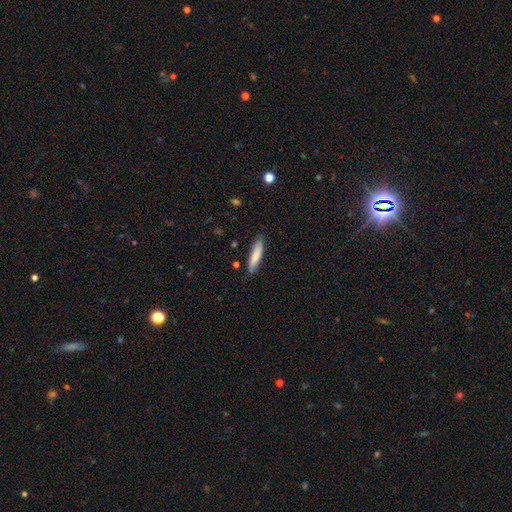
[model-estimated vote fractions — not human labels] Smooth or featured: smooth — 79% (featured or disk — 15%)
How rounded: cigar-shaped — 79% (in between — 20%)
Merging: none — 83% (minor disturbance — 13%)